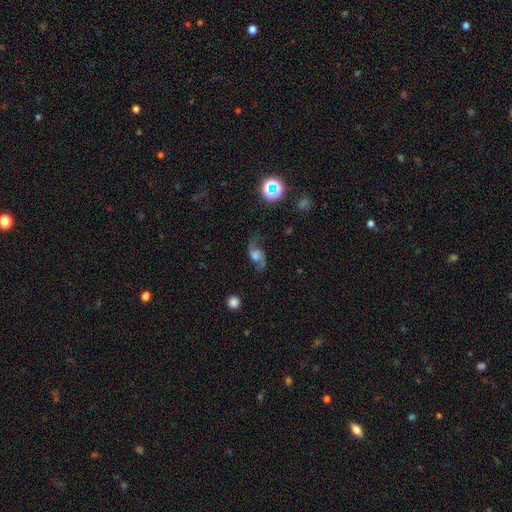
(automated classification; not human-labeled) A featured or disk galaxy (74%) with no bar (62%), 2 (92%) loose (77%) spiral arms (94%) and a moderate central bulge (43%).

Vote fractions:
- Smooth or featured? featured or disk: 74% / smooth: 16% / star or artifact: 10%
- Edge-on disk? no: 95% / yes: 5%
- Bar? no: 62% / weak: 31% / strong: 7%
- Spiral arms? yes: 94% / no: 6%
- Spiral winding? loose: 77% / medium: 19% / tight: 4%
- Spiral arm count? 2: 92% / 1: 3% / can't tell: 2% / 3: 1% / 4: 1% / more than 4: 1%
- Bulge size? moderate: 43% / large: 26% / small: 17% / none: 10% / dominant: 4%
- Merging? none: 68% / minor disturbance: 18% / major disturbance: 12% / merger: 2%